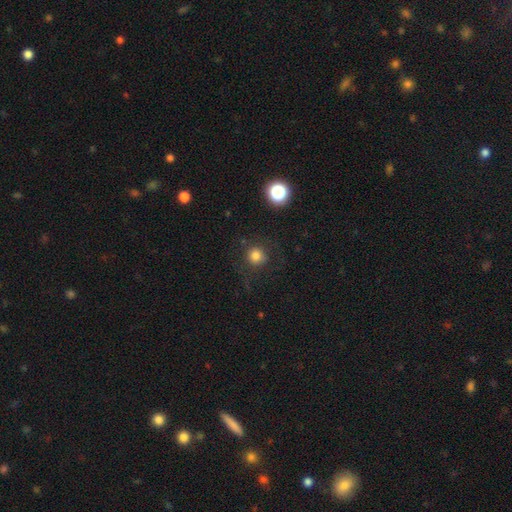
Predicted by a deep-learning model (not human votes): A smooth galaxy with no disk features (80%) that is round (93%).

Vote fractions:
- Smooth or featured? smooth: 80% / star or artifact: 14% / featured or disk: 6%
- How rounded? round: 93% / in between: 6% / cigar-shaped: 1%
- Merging? none: 82% / minor disturbance: 10% / major disturbance: 6% / merger: 2%